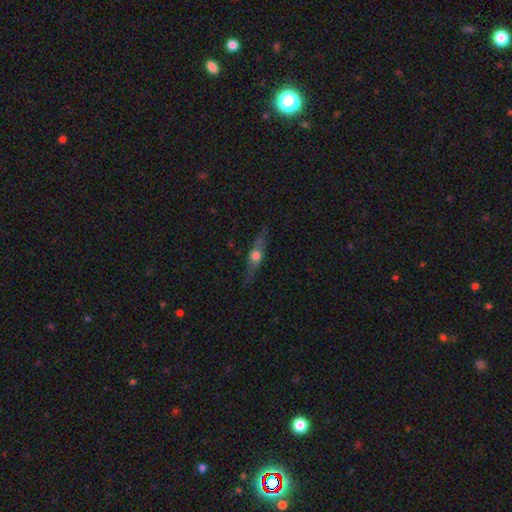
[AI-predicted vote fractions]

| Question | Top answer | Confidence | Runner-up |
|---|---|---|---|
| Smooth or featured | featured or disk | 58% | smooth (34%) |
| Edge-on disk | yes | 88% | no (12%) |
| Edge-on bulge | rounded | 93% | none (4%) |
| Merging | none | 80% | minor disturbance (14%) |